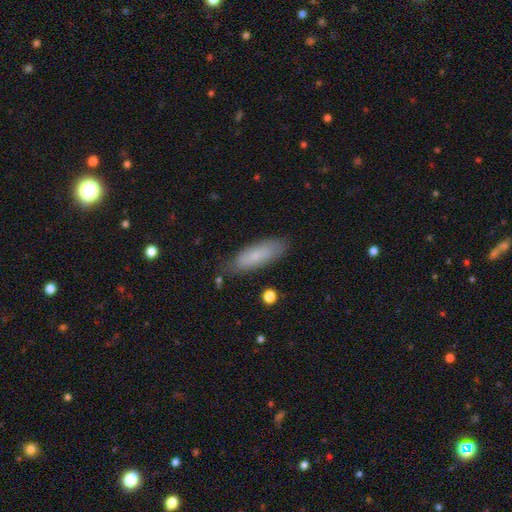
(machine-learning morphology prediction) This is likely a smooth galaxy (76%). How rounded: possibly in between (52%). Merging: likely none (79%).